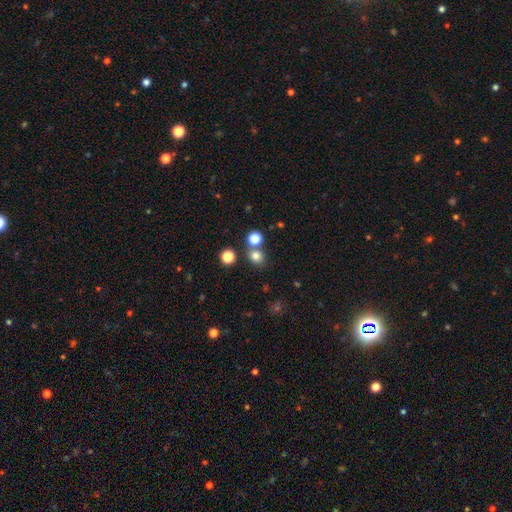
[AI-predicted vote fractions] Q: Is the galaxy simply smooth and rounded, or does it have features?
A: smooth — 77%.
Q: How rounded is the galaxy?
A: round — 74%.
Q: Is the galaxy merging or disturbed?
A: none — 69%.